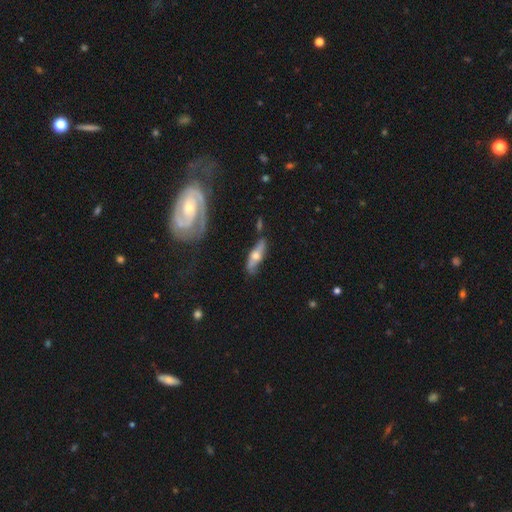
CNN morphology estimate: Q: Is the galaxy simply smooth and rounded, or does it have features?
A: featured or disk — 53%.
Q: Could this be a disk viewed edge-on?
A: yes — 62%.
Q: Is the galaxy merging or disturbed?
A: none — 71%.